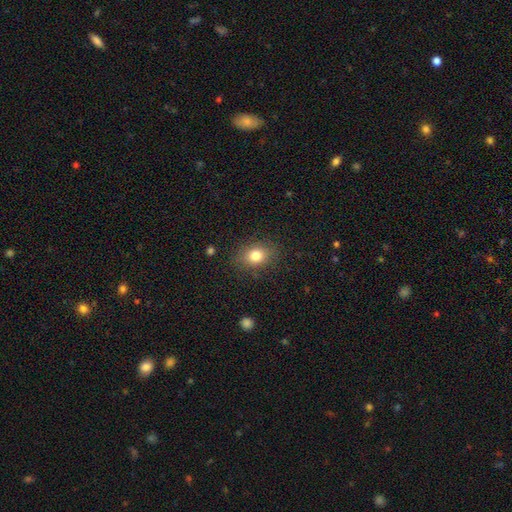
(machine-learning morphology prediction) This appears to be a smooth galaxy with no disk features (81%) that is in between round and cigar-shaped (64%). Merging: none (84%).